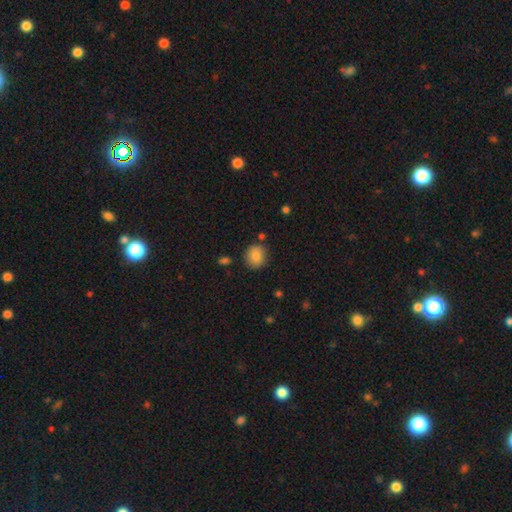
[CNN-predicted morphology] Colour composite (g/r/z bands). It shows a smooth galaxy with no disk features (85%) that is round (81%). Merging: none (82%).